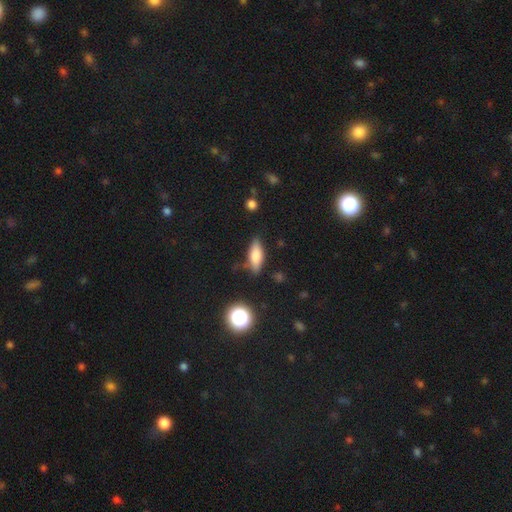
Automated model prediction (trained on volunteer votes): Smooth or featured? Predicted: smooth (p=0.73). How rounded? Predicted: in between (p=0.67). Merging? Predicted: none (p=0.74).